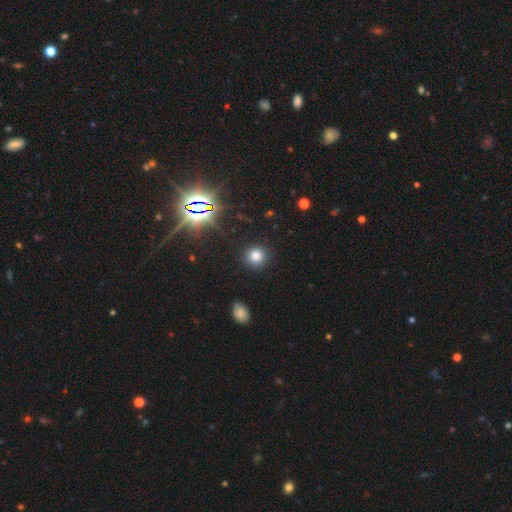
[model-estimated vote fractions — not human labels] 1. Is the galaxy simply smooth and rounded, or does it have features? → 75% smooth, 18% star or artifact, 7% featured or disk.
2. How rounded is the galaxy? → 91% round, 8% in between, 1% cigar-shaped.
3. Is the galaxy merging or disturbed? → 89% none, 7% minor disturbance, 3% major disturbance, 2% merger.